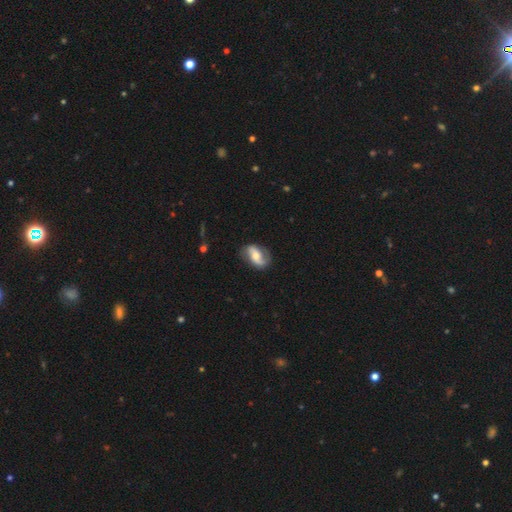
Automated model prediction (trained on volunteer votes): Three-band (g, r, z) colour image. It shows a featured or disk galaxy (68%) with no bar (38%), 2 (86%) loose (50%) spiral arms (87%) and a moderate central bulge (62%). Merging: none (73%).